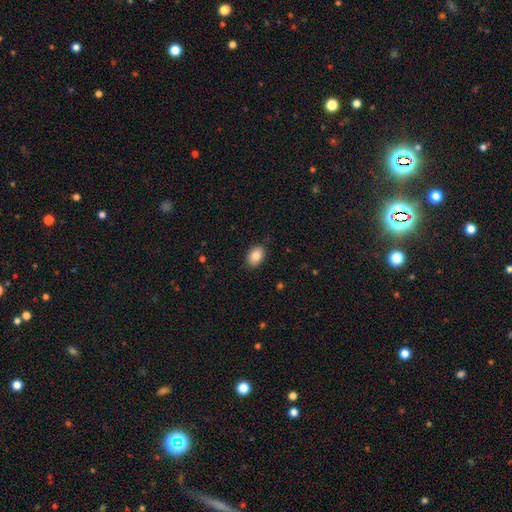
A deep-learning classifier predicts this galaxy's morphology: Smooth or featured: smooth — 84% (star or artifact — 8%)
How rounded: in between — 83% (round — 16%)
Merging: none — 86% (minor disturbance — 11%)